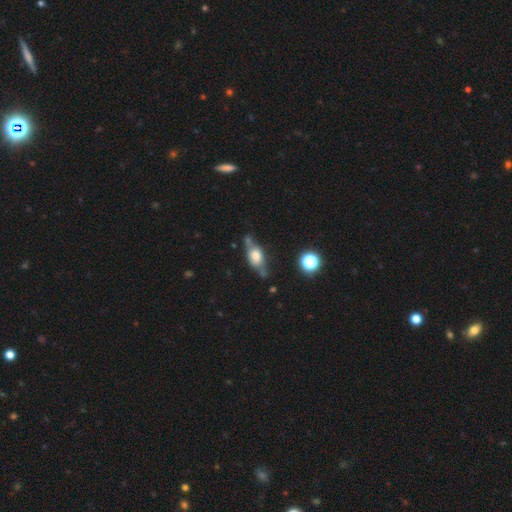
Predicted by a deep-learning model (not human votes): This is possibly a smooth galaxy (55%). How rounded: likely in between (71%). Merging: possibly none (52%).